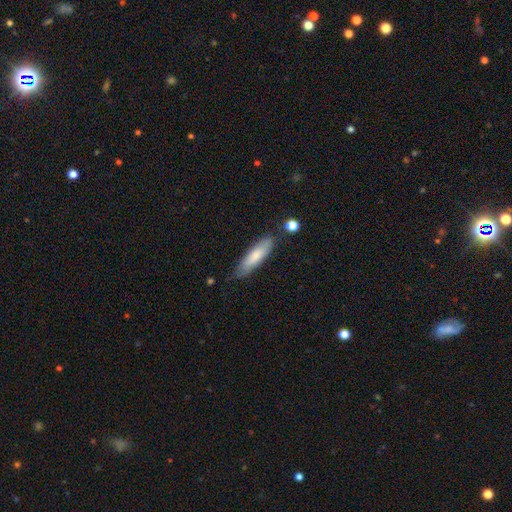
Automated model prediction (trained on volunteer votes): smooth_or_featured: smooth (p=0.75) [alt: featured or disk p=0.20]
how_rounded: cigar-shaped (p=0.67) [alt: in between p=0.31]
merging: none (p=0.75) [alt: minor disturbance p=0.18]